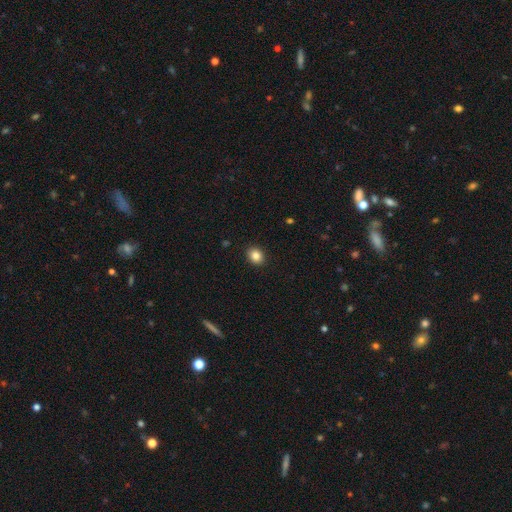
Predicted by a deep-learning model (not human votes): Smooth or featured?
  - smooth: 85% *
  - star or artifact: 10%
  - featured or disk: 5%
How rounded?
  - round: 57% *
  - in between: 42%
  - cigar-shaped: 1%
Merging?
  - none: 91% *
  - minor disturbance: 6%
  - major disturbance: 2%
  - merger: 1%